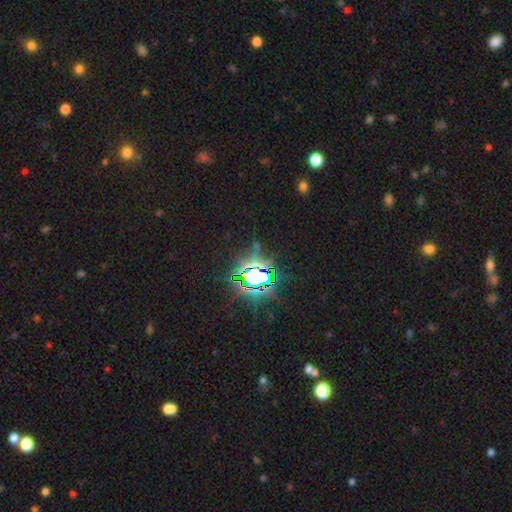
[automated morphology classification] The model was most divided on "smooth or featured": star or artifact: 81%, smooth: 12%, featured or disk: 7%.